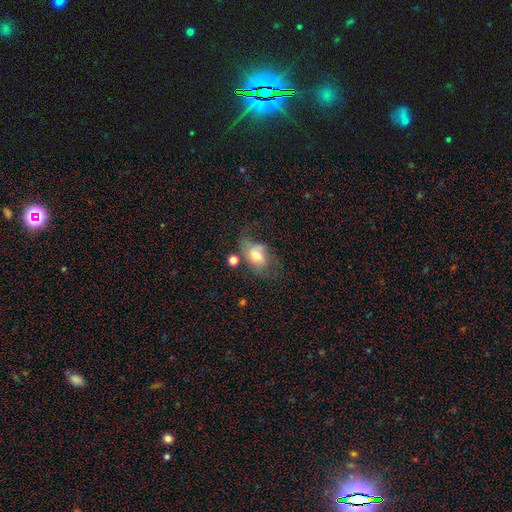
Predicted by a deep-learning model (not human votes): Q: Smooth or featured?
A: smooth (59%); runner-up: featured or disk (31%)
Q: How rounded?
A: in between (76%); runner-up: round (23%)
Q: Merging?
A: none (36%); runner-up: minor disturbance (26%)